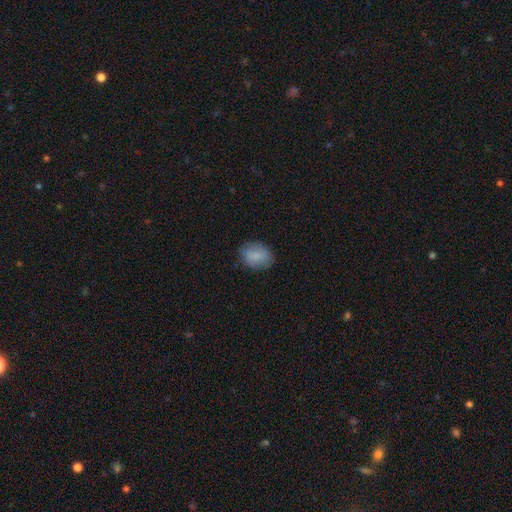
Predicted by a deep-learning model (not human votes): Smooth or featured?
  - smooth: 85% *
  - featured or disk: 8%
  - star or artifact: 7%
How rounded?
  - in between: 54% *
  - round: 45%
  - cigar-shaped: 1%
Merging?
  - none: 81% *
  - minor disturbance: 14%
  - major disturbance: 4%
  - merger: 1%